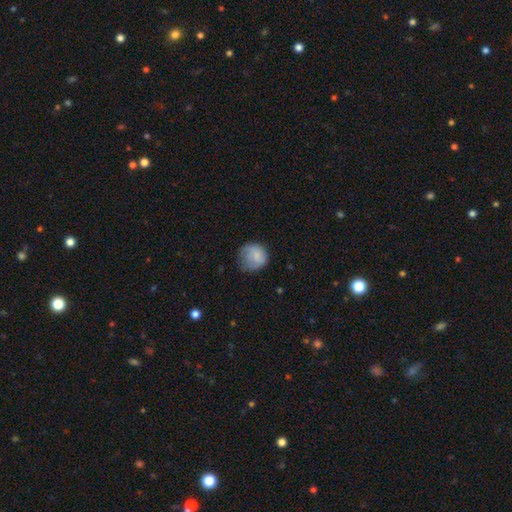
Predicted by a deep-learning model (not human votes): Smooth or featured?
  - smooth: 74% *
  - featured or disk: 18%
  - star or artifact: 7%
How rounded?
  - round: 82% *
  - in between: 17%
  - cigar-shaped: 1%
Merging?
  - none: 53% *
  - minor disturbance: 31%
  - major disturbance: 15%
  - merger: 1%